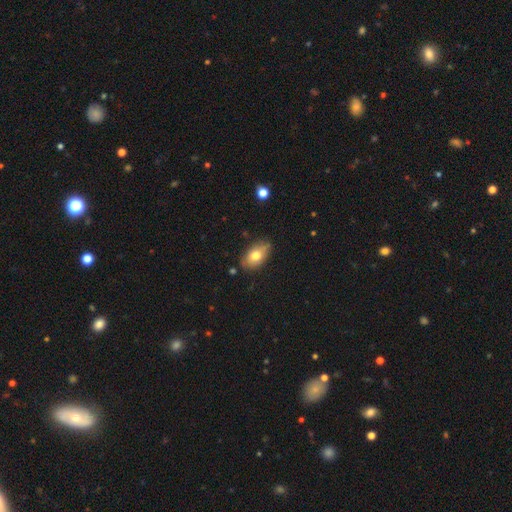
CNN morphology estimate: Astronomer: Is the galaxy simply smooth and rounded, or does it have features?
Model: smooth — 72%.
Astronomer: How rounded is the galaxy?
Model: in between — 90%.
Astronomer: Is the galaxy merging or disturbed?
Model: none — 76%.